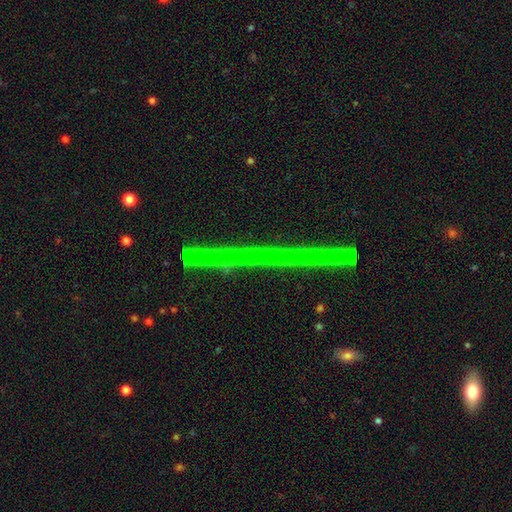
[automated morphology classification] The model was most divided on "smooth or featured": star or artifact: 80%, featured or disk: 15%, smooth: 6%.